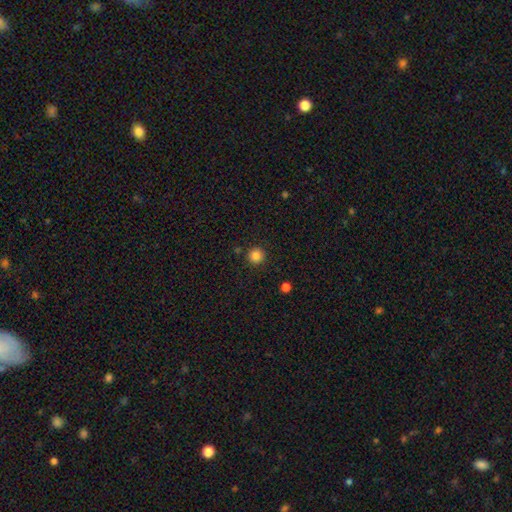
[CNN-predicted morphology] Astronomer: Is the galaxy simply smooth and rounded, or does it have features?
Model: smooth — 85%.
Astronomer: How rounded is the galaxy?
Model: round — 95%.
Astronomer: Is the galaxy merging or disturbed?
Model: none — 90%.